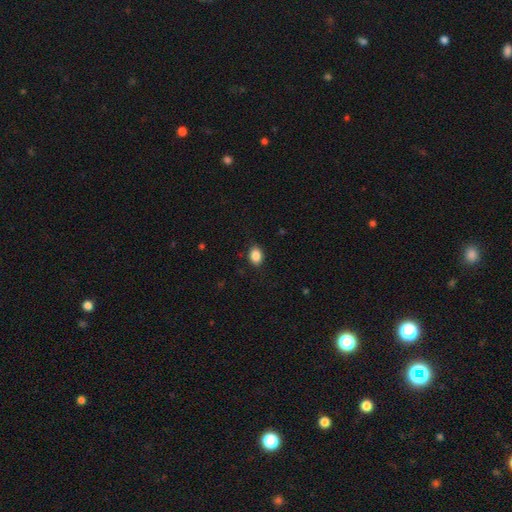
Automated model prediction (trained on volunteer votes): smooth_or_featured: smooth (p=0.88) [alt: star or artifact p=0.09]
how_rounded: in between (p=0.70) [alt: round p=0.29]
merging: none (p=0.87) [alt: minor disturbance p=0.10]